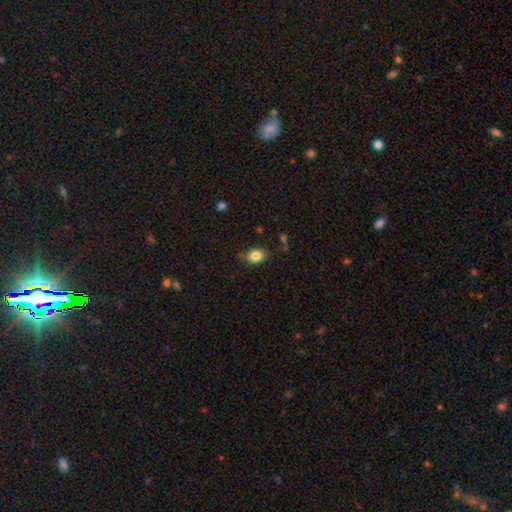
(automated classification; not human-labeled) Smooth or featured? Predicted: smooth (p=0.84). How rounded? Predicted: in between (p=0.62). Merging? Predicted: none (p=0.75).